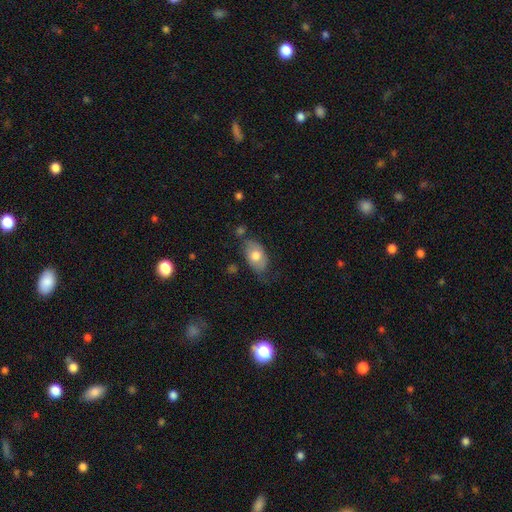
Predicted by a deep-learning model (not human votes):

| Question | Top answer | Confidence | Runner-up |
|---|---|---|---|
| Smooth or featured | smooth | 71% | featured or disk (23%) |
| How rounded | in between | 90% | round (8%) |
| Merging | none | 60% | minor disturbance (27%) |